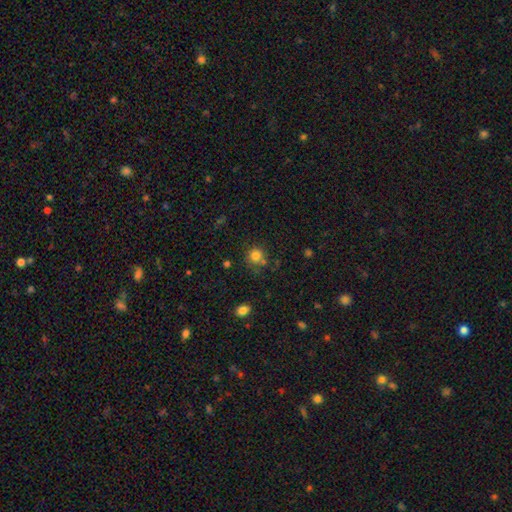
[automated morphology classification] smooth-or-featured: smooth: 80% | star or artifact: 13% | featured or disk: 7%
  how-rounded: round: 89% | in between: 10% | cigar-shaped: 1%
  merging: none: 70% | minor disturbance: 15% | merger: 10% | major disturbance: 5%